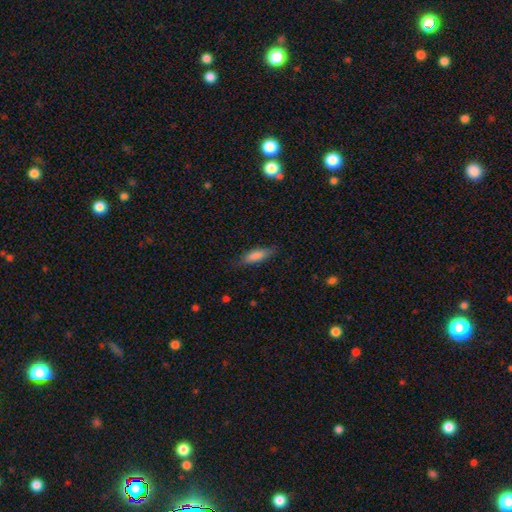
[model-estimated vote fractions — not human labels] A smooth galaxy with no disk features (81%) that is cigar-shaped (59%).

Vote fractions:
- Smooth or featured? smooth: 81% / featured or disk: 13% / star or artifact: 6%
- How rounded? cigar-shaped: 59% / in between: 40% / round: 2%
- Merging? none: 80% / minor disturbance: 16% / major disturbance: 3% / merger: 1%